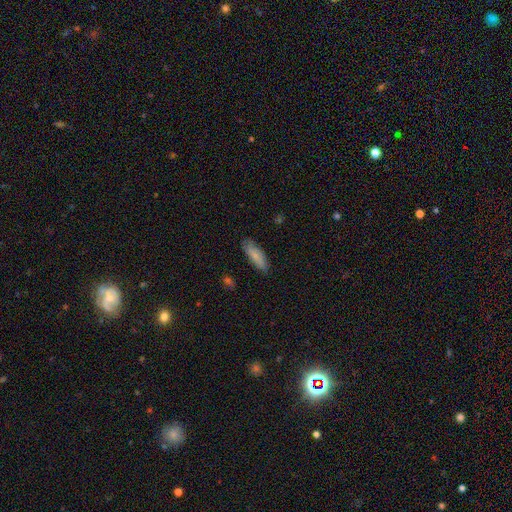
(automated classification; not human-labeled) A smooth galaxy with no disk features (82%) that is in between round and cigar-shaped (49%, tied with cigar-shaped).

Vote fractions:
- Smooth or featured? smooth: 82% / featured or disk: 12% / star or artifact: 6%
- How rounded? in between: 49% (tied) / cigar-shaped: 49% (tied) / round: 2%
- Merging? none: 82% / minor disturbance: 14% / major disturbance: 3% / merger: 1%